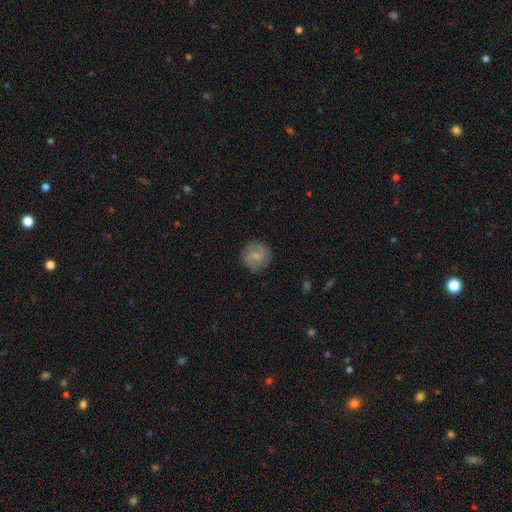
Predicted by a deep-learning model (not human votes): Smooth or featured? Predicted: smooth (p=0.65). How rounded? Predicted: round (p=0.93). Merging? Predicted: none (p=0.86).